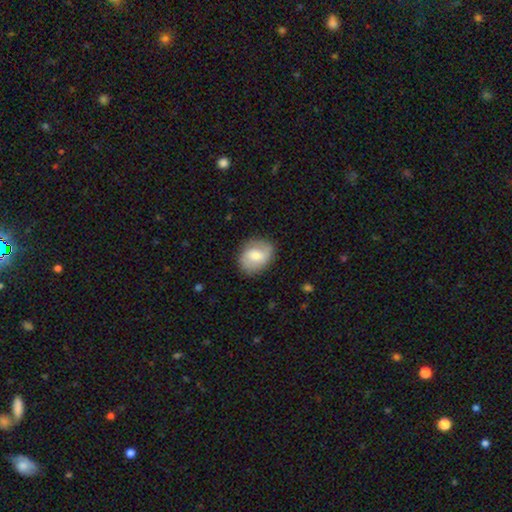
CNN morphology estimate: smooth 48%, featured or disk 45%, star or artifact 7%. Down the decision tree: merging — none (79%).